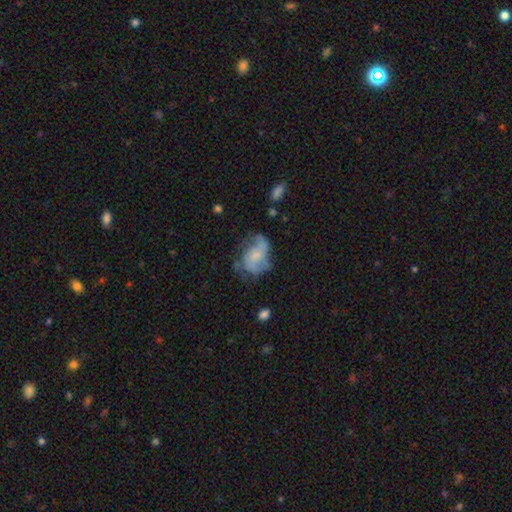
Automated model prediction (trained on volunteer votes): Smooth or featured: featured or disk — 63% (smooth — 29%)
Edge-on disk: no — 98% (yes — 2%)
Bar: no — 68% (weak — 27%)
Spiral arms: yes — 79% (no — 21%)
Bulge size: small — 43% (none — 26%)
Merging: none — 43% (minor disturbance — 27%)